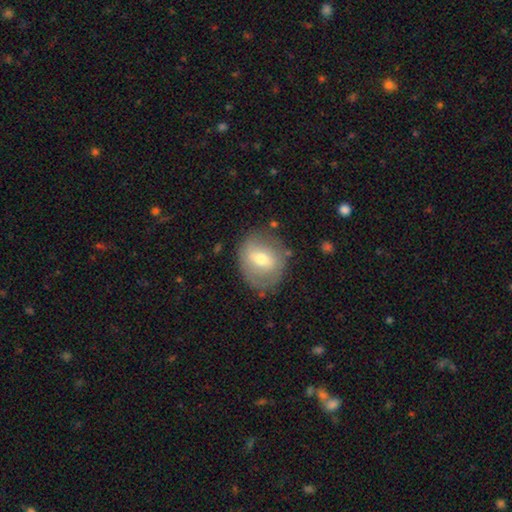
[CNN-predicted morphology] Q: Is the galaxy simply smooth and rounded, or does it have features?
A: smooth — 45%.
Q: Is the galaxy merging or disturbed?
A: none — 74%.